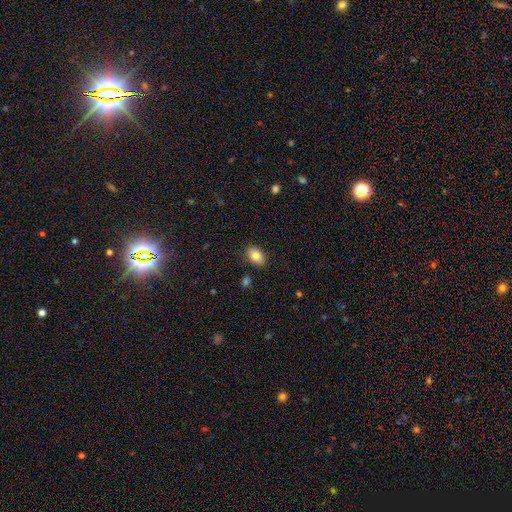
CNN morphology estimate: This is clearly a smooth galaxy (84%). How rounded: clearly in between (85%). Merging: clearly none (85%).